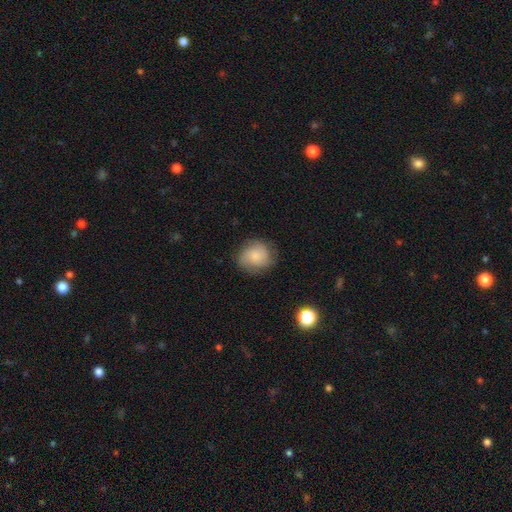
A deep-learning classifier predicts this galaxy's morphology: smooth 63%, featured or disk 28%, star or artifact 9%. Down the decision tree: how rounded — round (79%); merging — none (77%).